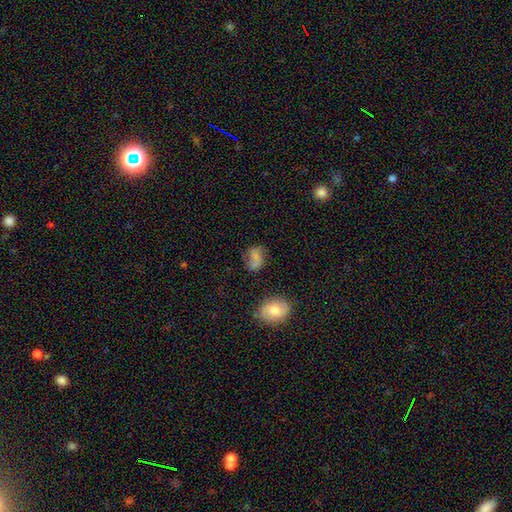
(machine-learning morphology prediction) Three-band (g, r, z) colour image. It shows a smooth galaxy with no disk features (54%) that is in between round and cigar-shaped (71%). Merging: none (57%).